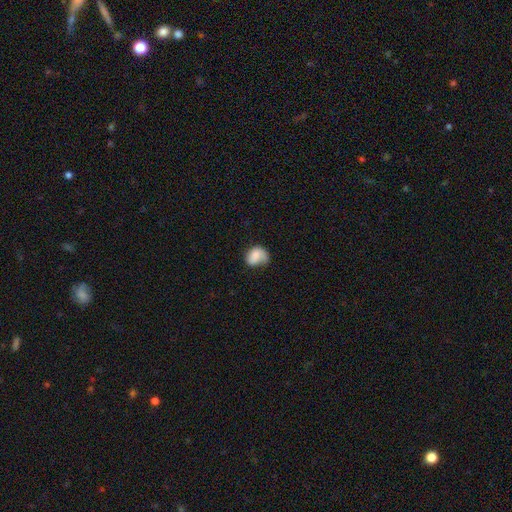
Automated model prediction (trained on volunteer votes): Smooth or featured? smooth (68%)
How rounded? in between (50%)
Merging? none (41%)